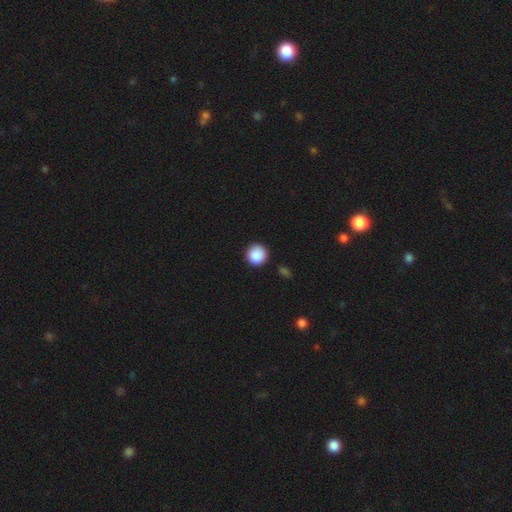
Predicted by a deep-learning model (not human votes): smooth-or-featured: smooth: 87% | star or artifact: 9% | featured or disk: 4%
  how-rounded: round: 93% | in between: 6% | cigar-shaped: 1%
  merging: none: 88% | minor disturbance: 8% | major disturbance: 2% | merger: 2%